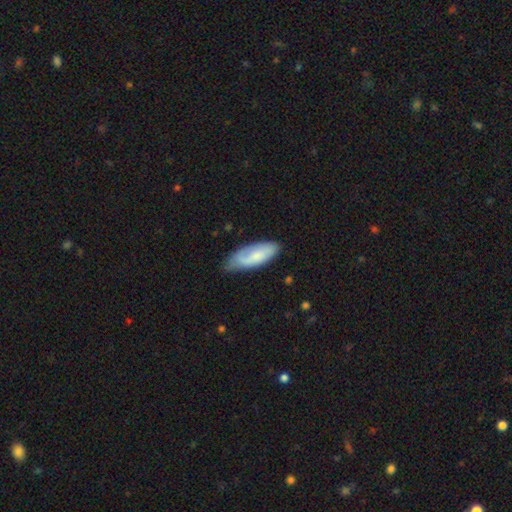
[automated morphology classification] Smooth or featured?
  - smooth: 66% *
  - featured or disk: 28%
  - star or artifact: 6%
How rounded?
  - in between: 78% *
  - cigar-shaped: 20%
  - round: 2%
Merging?
  - none: 57% *
  - minor disturbance: 33%
  - major disturbance: 8%
  - merger: 2%